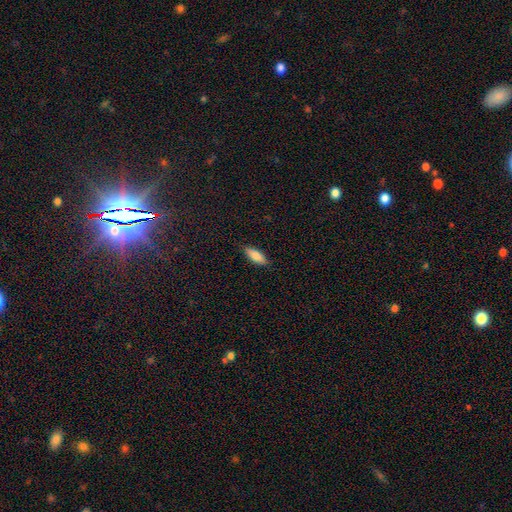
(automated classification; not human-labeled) smooth 83%, featured or disk 11%, star or artifact 6%. Down the decision tree: how rounded — in between (67%); merging — none (86%).